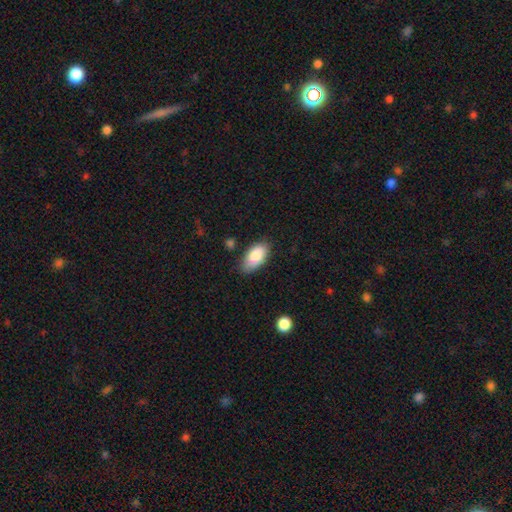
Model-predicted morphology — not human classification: Overall: smooth (86%). How rounded: in between (93%). Merging: none (77%).